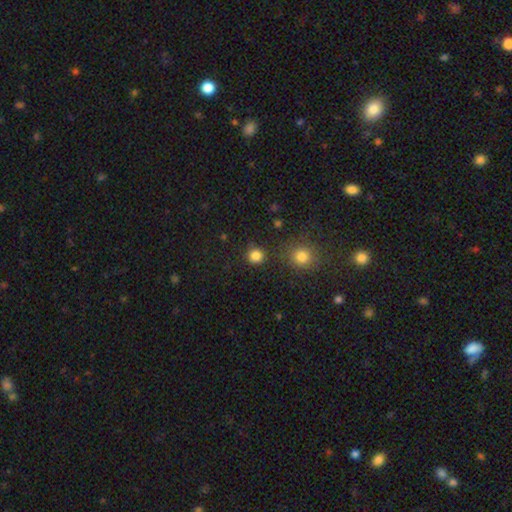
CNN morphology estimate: Smooth or featured? Predicted: smooth (p=0.83). How rounded? Predicted: round (p=0.93). Merging? Predicted: none (p=0.86).